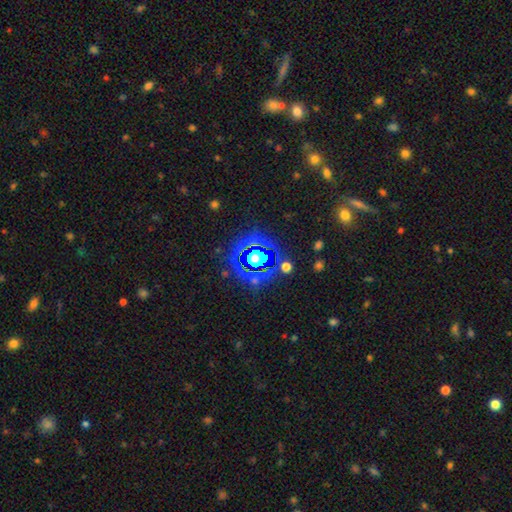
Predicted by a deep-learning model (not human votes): smooth_or_featured: star or artifact (p=0.78) [alt: smooth p=0.14]